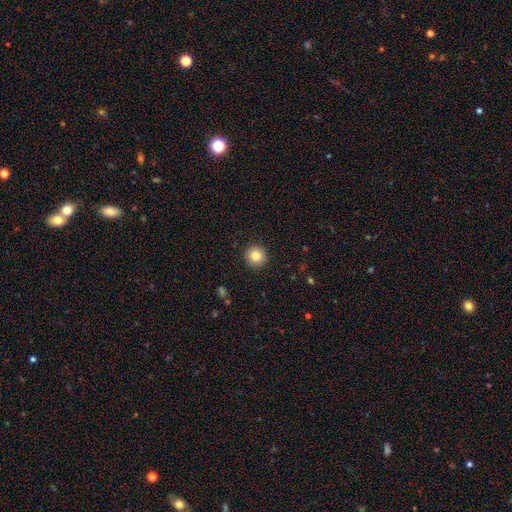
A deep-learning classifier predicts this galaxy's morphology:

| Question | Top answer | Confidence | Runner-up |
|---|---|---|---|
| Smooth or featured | smooth | 83% | star or artifact (10%) |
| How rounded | round | 95% | in between (4%) |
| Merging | none | 92% | minor disturbance (6%) |